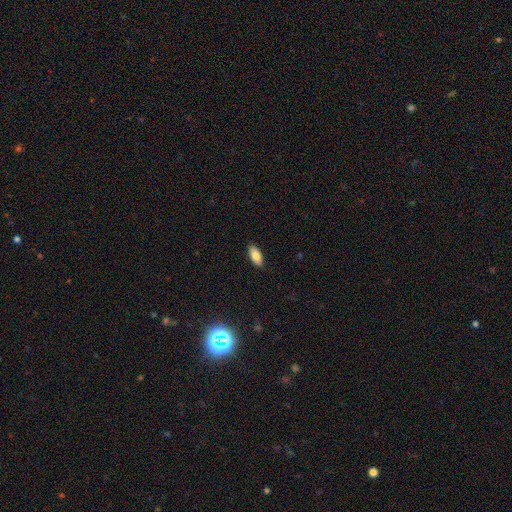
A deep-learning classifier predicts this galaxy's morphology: Smooth or featured: smooth — 83% (featured or disk — 10%)
How rounded: in between — 87% (cigar-shaped — 11%)
Merging: none — 89% (minor disturbance — 8%)